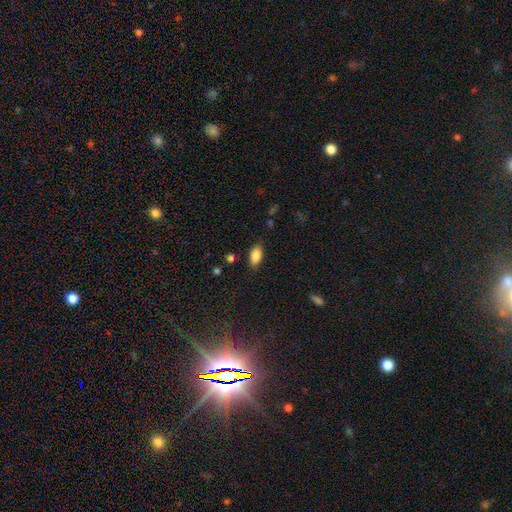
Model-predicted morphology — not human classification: smooth-or-featured: smooth: 86% | star or artifact: 8% | featured or disk: 6%
  how-rounded: in between: 90% | cigar-shaped: 6% | round: 3%
  merging: none: 84% | minor disturbance: 12% | major disturbance: 3% | merger: 2%